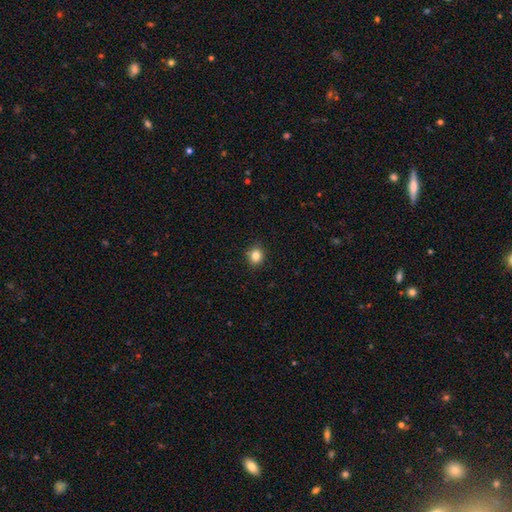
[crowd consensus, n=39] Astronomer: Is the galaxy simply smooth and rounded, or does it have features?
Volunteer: smooth — 87%.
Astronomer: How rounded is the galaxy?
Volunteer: round — 82%.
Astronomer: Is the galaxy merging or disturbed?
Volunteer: none — 89%.